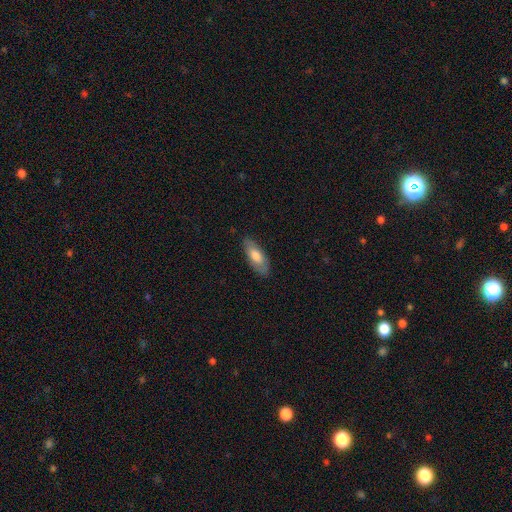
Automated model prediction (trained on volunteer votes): Overall: smooth (71%). How rounded: in between (74%). Merging: none (83%).